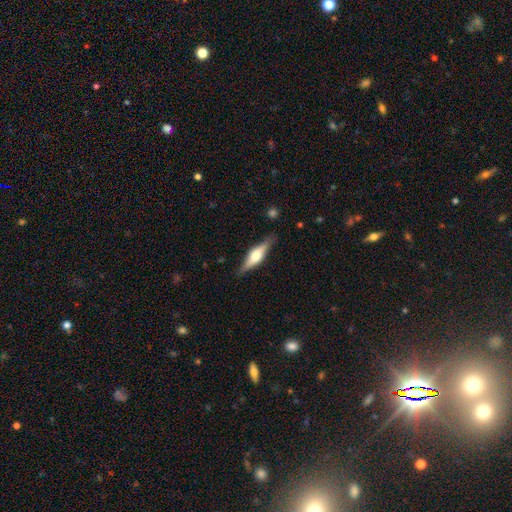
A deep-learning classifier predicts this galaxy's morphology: Q: Smooth or featured?
A: featured or disk (64%); runner-up: smooth (30%)
Q: Edge-on disk?
A: yes (96%); runner-up: no (4%)
Q: Edge-on bulge?
A: rounded (87%); runner-up: boxy (11%)
Q: Merging?
A: none (85%); runner-up: minor disturbance (11%)